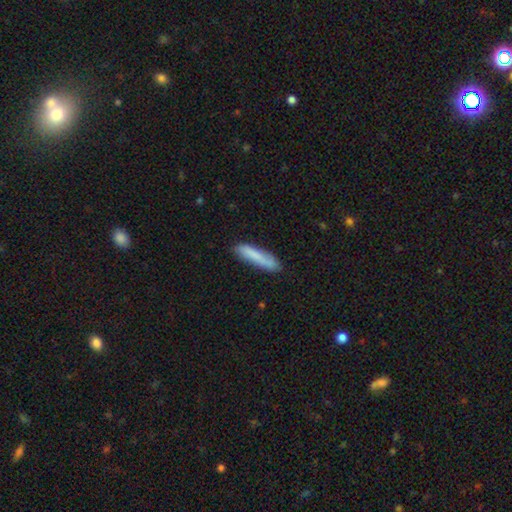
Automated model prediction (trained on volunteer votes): Smooth or featured?
  - smooth: 82% *
  - featured or disk: 12%
  - star or artifact: 6%
How rounded?
  - cigar-shaped: 85% *
  - in between: 14%
  - round: 1%
Merging?
  - none: 81% *
  - minor disturbance: 14%
  - major disturbance: 3%
  - merger: 2%